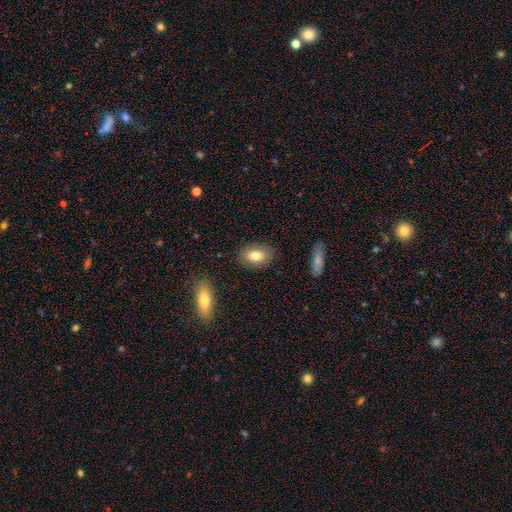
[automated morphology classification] This appears to be a smooth galaxy with no disk features (78%) that is in between round and cigar-shaped (87%). Merging: none (85%).